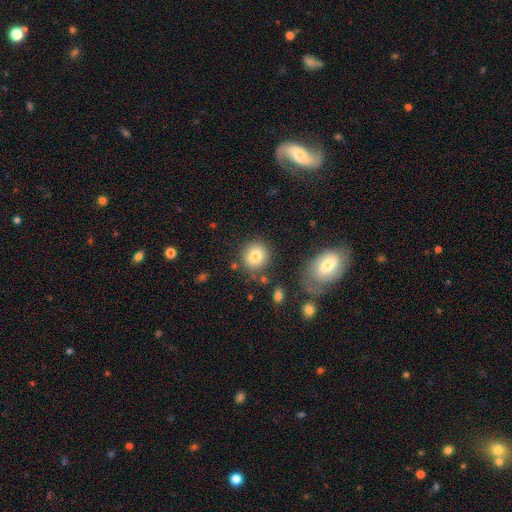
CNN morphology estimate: Smooth or featured? smooth (81%)
How rounded? round (87%)
Merging? none (80%)